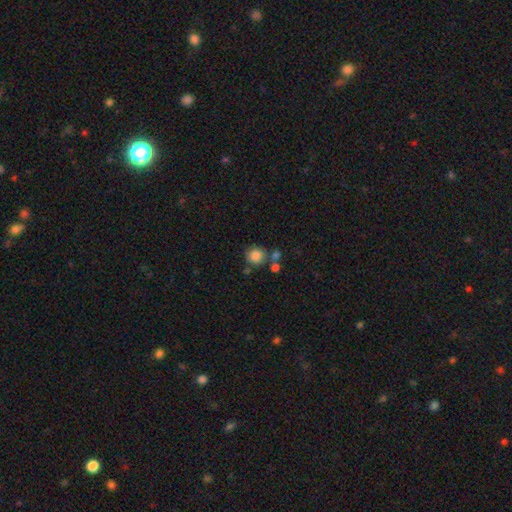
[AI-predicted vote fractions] Morphology: type=smooth (84%); roundness=round (89%); merging=none (69%).